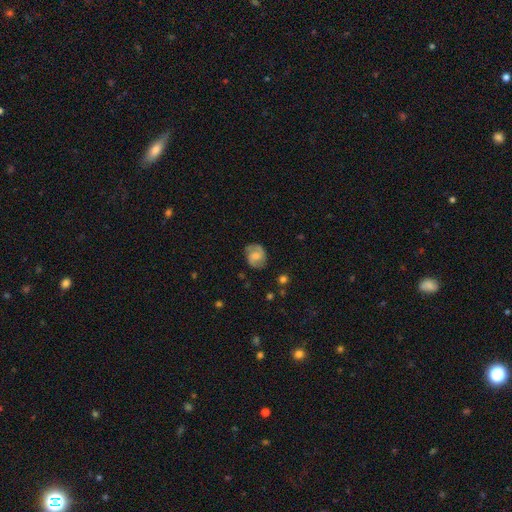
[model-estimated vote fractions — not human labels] Morphology: type=featured or disk (62%); edge-on=no (97%); bar=no (47%); spiral arms=yes (91%); winding=medium (49%); arm count=2 (86%); bulge=moderate (44%); merging=none (78%).